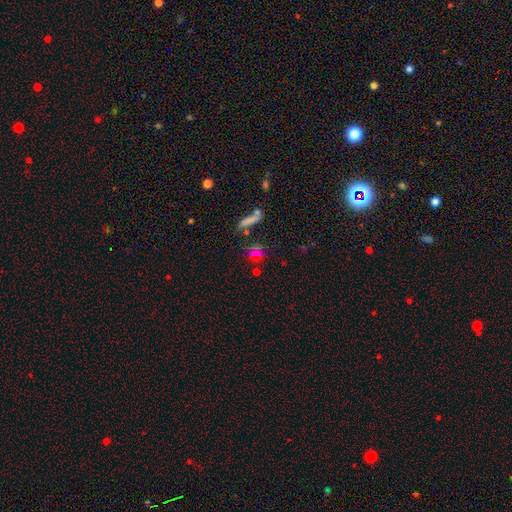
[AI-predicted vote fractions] The model was most divided on "how rounded": round: 45%, in between: 38%, cigar-shaped: 17%. More confident: merging — none (71%); smooth or featured — smooth (57%).